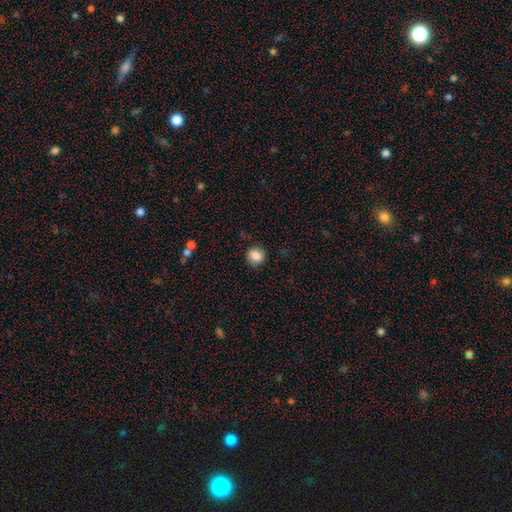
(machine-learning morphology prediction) smooth 85%, star or artifact 9%, featured or disk 6%. Down the decision tree: how rounded — round (76%); merging — none (85%).